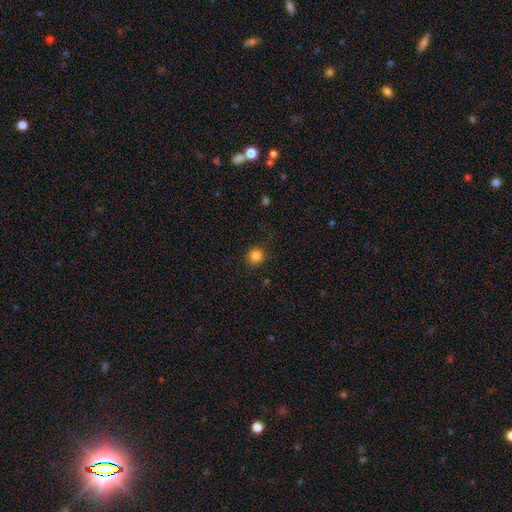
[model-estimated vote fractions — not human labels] The model was most divided on "smooth or featured": smooth: 84%, star or artifact: 11%, featured or disk: 4%. More confident: how rounded — round (88%); merging — none (88%).